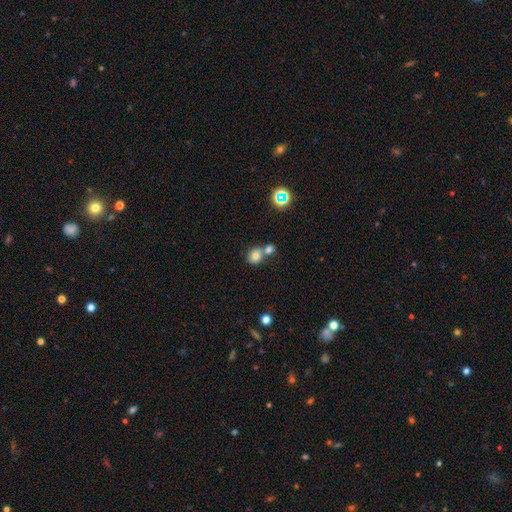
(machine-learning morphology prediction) This appears to be a smooth galaxy with no disk features (76%) that is round (76%). Merging: none (47%).